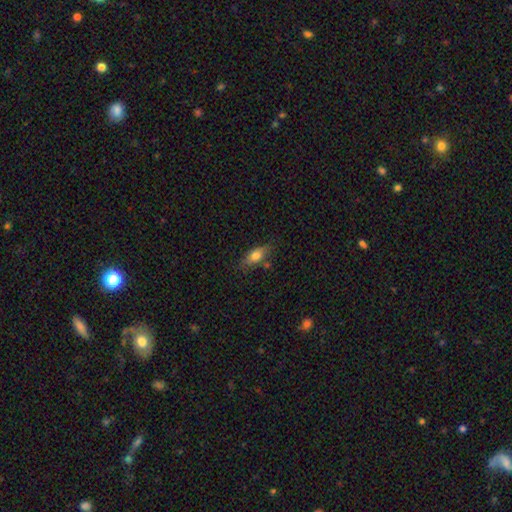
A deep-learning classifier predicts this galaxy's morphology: Smooth or featured? smooth (70%)
How rounded? in between (71%)
Merging? none (72%)